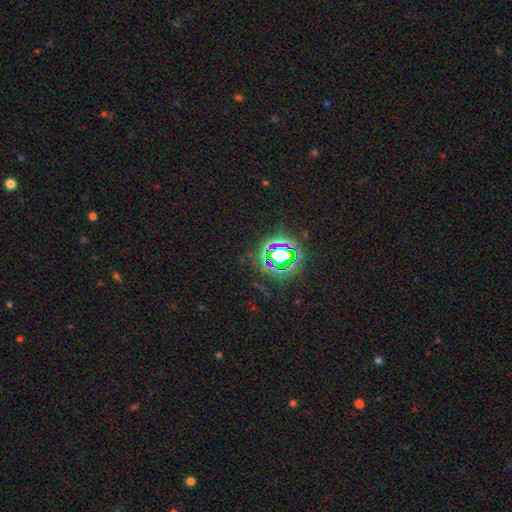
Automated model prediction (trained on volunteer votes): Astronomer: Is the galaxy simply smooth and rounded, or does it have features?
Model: star or artifact — 78%.